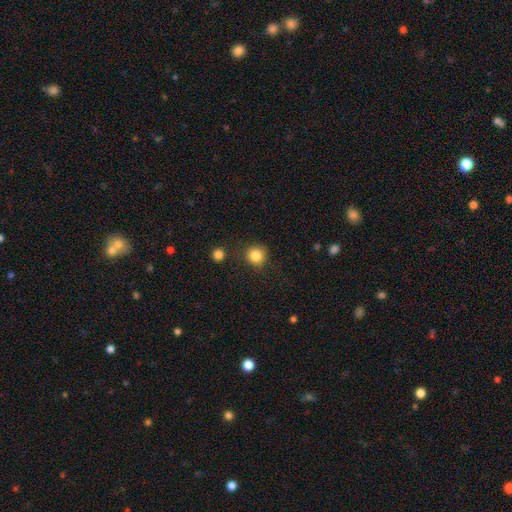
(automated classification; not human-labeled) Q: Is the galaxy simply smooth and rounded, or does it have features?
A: smooth — 85%.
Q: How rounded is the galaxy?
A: round — 92%.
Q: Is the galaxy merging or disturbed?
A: none — 85%.